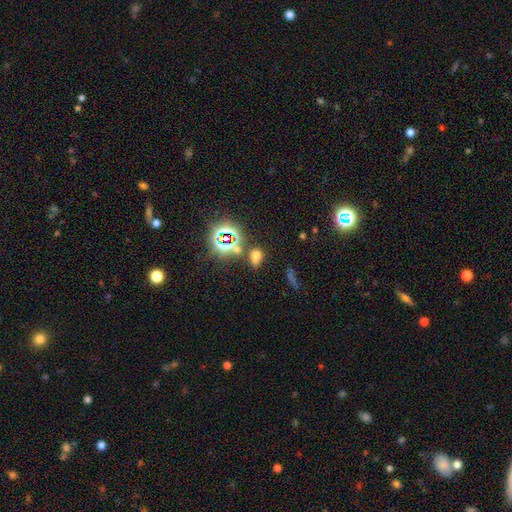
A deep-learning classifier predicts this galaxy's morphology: smooth 52%, star or artifact 39%, featured or disk 9%. Down the decision tree: how rounded — in between (73%); merging — none (63%).